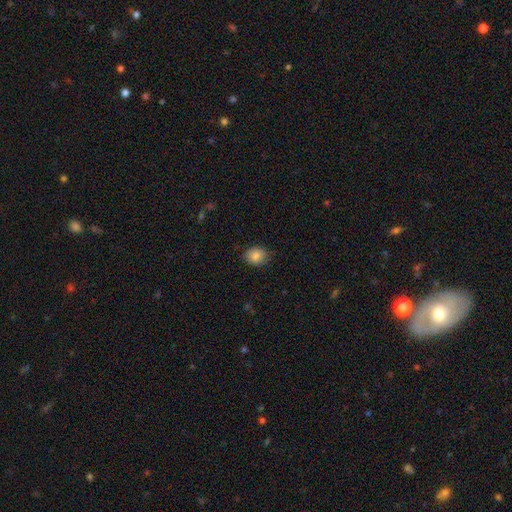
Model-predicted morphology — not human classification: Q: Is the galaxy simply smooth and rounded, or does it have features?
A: smooth — 85%.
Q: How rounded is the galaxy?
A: round — 51%.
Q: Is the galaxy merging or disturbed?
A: none — 82%.